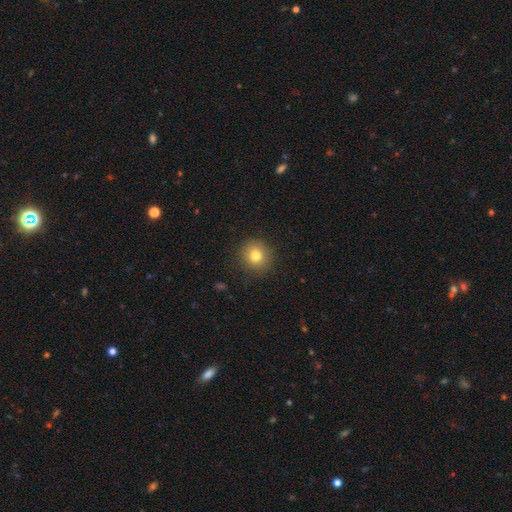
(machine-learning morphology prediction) smooth 78%, star or artifact 12%, featured or disk 10%. Down the decision tree: how rounded — round (91%); merging — none (89%).